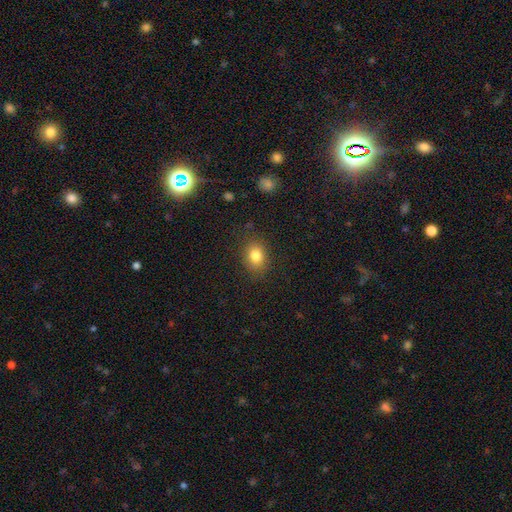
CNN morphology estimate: Smooth or featured? smooth (82%)
How rounded? in between (57%)
Merging? none (84%)